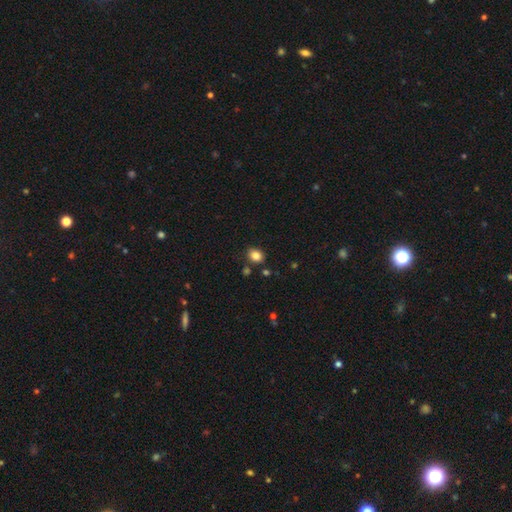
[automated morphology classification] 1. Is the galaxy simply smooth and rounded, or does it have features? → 85% smooth, 11% star or artifact, 5% featured or disk.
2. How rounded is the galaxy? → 50% in between, 49% round, 1% cigar-shaped.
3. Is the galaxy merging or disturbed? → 82% none, 10% minor disturbance, 5% merger, 3% major disturbance.